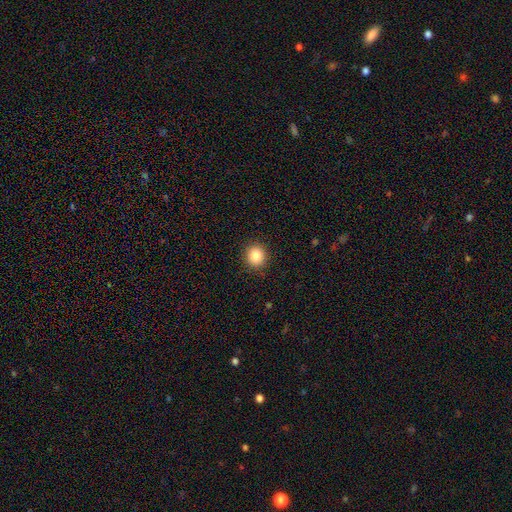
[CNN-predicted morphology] smooth 85%, star or artifact 10%, featured or disk 5%. Down the decision tree: how rounded — round (86%); merging — none (91%).